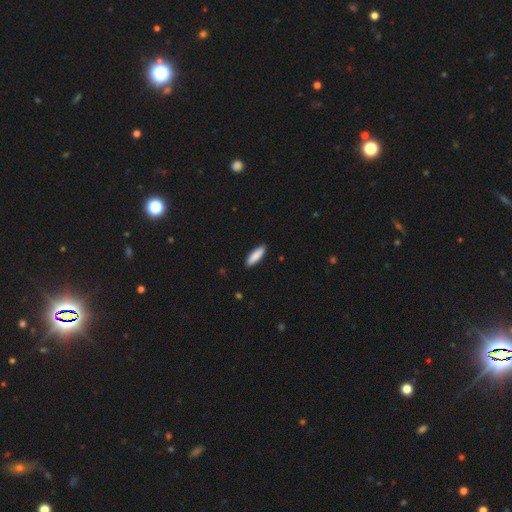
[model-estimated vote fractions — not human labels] This is clearly a smooth galaxy (88%). How rounded: possibly cigar-shaped (57%). Merging: clearly none (89%).